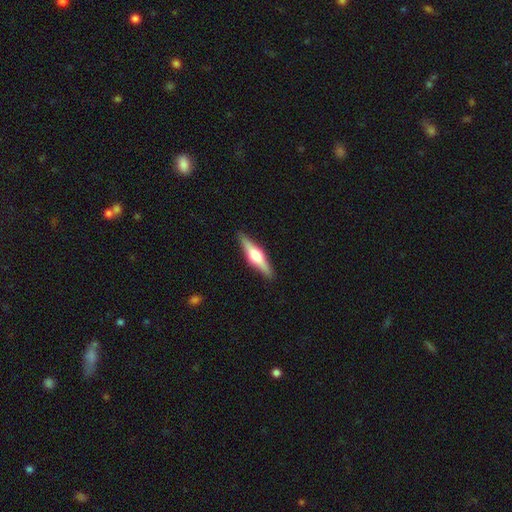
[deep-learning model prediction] This is likely a featured or disk galaxy (66%). It is clearly viewed edge-on (97%). Edge-on bulge: clearly rounded (94%). Merging: clearly none (91%).